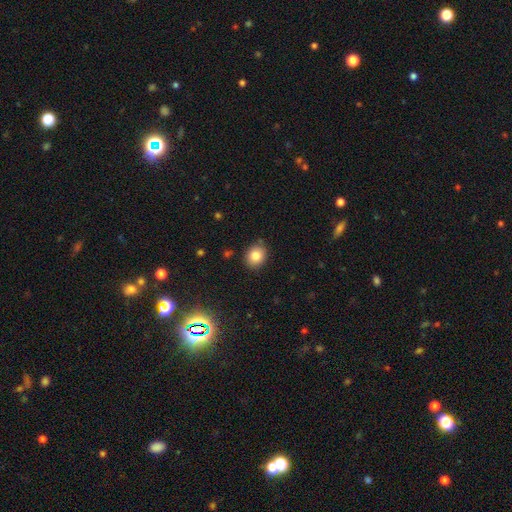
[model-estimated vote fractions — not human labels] A smooth galaxy with no disk features (81%) that is round (61%).

Vote fractions:
- Smooth or featured? smooth: 81% / star or artifact: 11% / featured or disk: 8%
- How rounded? round: 61% / in between: 38% / cigar-shaped: 1%
- Merging? none: 85% / minor disturbance: 11% / major disturbance: 2% / merger: 2%